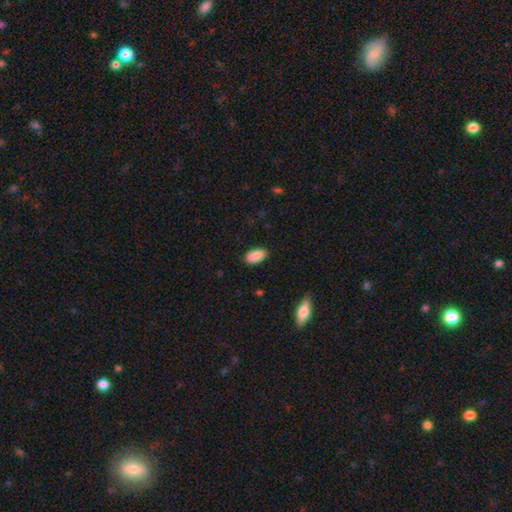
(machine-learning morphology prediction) This appears to be a smooth galaxy with no disk features (87%) that is in between round and cigar-shaped (92%). Merging: none (83%).